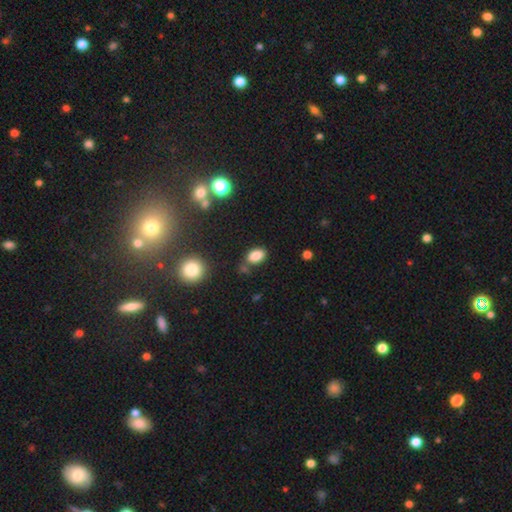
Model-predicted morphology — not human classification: This is clearly a smooth galaxy (84%). How rounded: clearly in between (89%). Merging: likely none (73%).